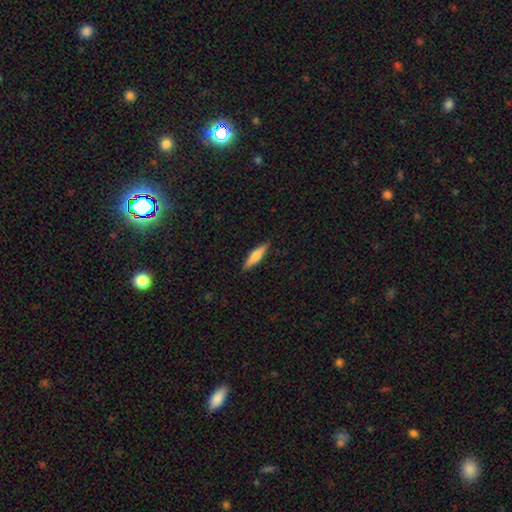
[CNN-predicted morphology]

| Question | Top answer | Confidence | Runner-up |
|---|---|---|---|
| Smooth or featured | smooth | 62% | featured or disk (33%) |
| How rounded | cigar-shaped | 75% | in between (23%) |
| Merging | none | 88% | minor disturbance (9%) |